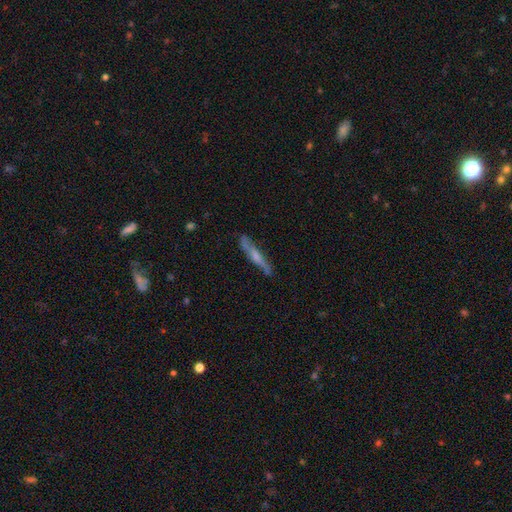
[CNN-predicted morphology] The model was most divided on "smooth or featured": featured or disk: 59%, smooth: 35%, star or artifact: 6%. More confident: edge-on disk — yes (82%); merging — none (74%).